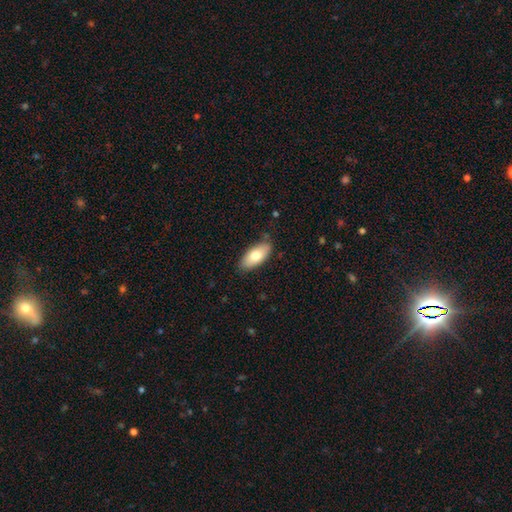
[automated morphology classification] Smooth or featured? smooth (75%)
How rounded? in between (88%)
Merging? none (84%)